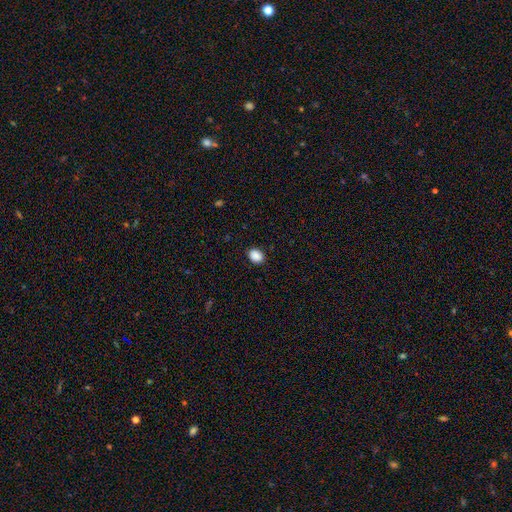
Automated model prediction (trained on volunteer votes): The model was most divided on "how rounded": in between: 62%, round: 37%, cigar-shaped: 1%. More confident: merging — none (89%); smooth or featured — smooth (89%).